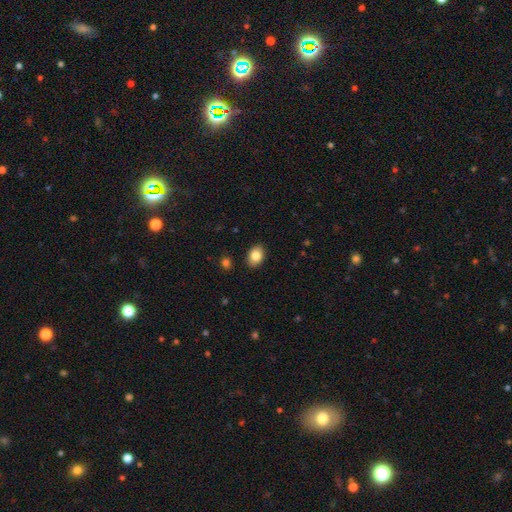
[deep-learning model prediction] The model was most divided on "how rounded": in between: 78%, round: 21%, cigar-shaped: 1%. More confident: merging — none (89%); smooth or featured — smooth (83%).